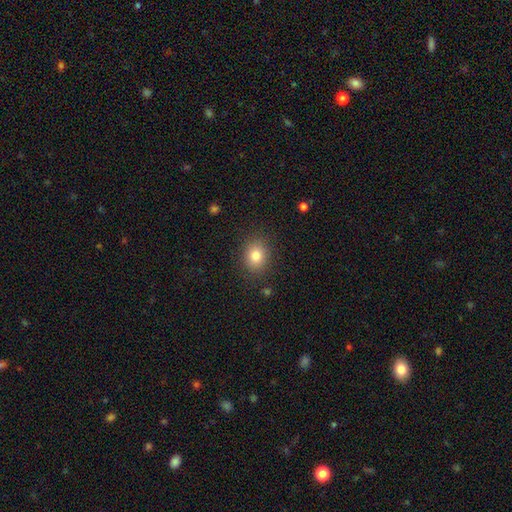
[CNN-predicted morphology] Smooth or featured: smooth — 82% (star or artifact — 10%)
How rounded: round — 55% (in between — 44%)
Merging: none — 86% (minor disturbance — 9%)